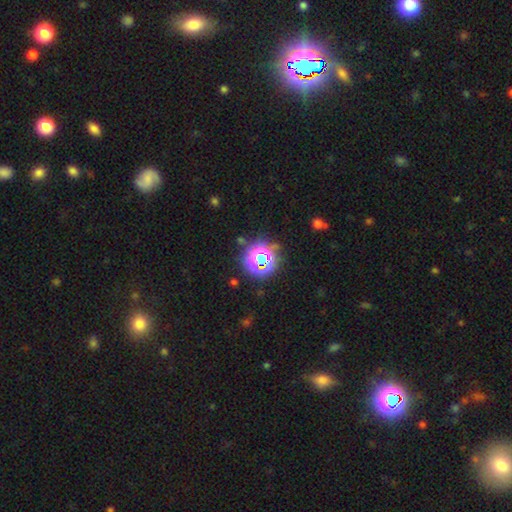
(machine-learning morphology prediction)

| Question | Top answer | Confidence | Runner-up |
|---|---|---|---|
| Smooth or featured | star or artifact | 69% | smooth (23%) |